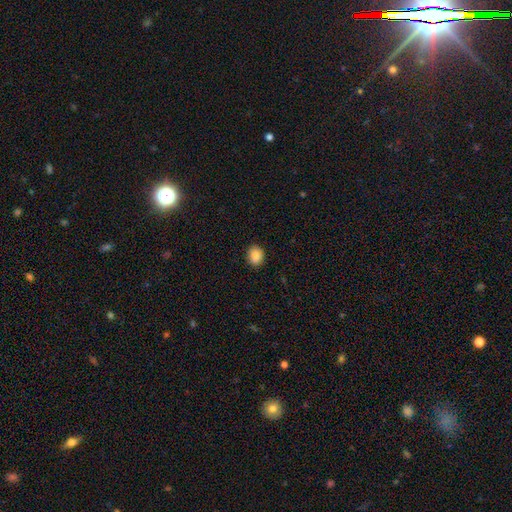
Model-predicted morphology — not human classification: Smooth or featured: smooth — 88% (star or artifact — 9%)
How rounded: round — 55% (in between — 44%)
Merging: none — 90% (minor disturbance — 7%)